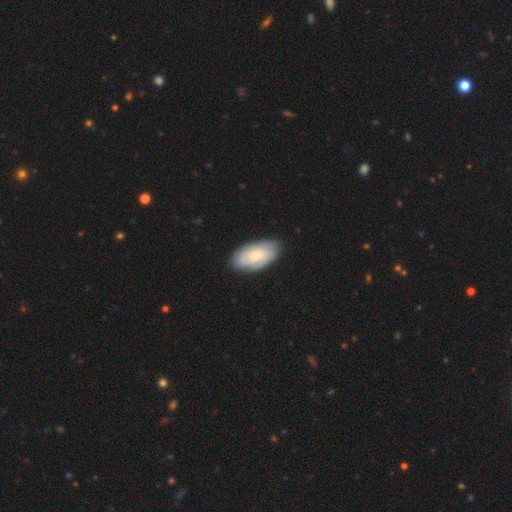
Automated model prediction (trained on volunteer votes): The model was most divided on "smooth or featured": featured or disk: 52%, smooth: 42%, star or artifact: 5%. More confident: edge-on disk — no (93%); merging — none (80%).